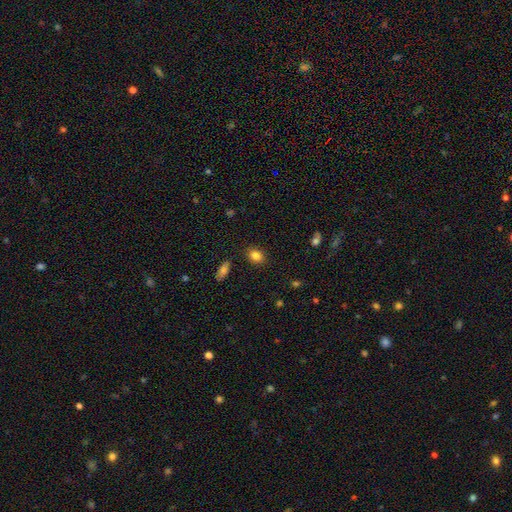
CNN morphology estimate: Smooth or featured? smooth (84%)
How rounded? in between (55%)
Merging? none (87%)